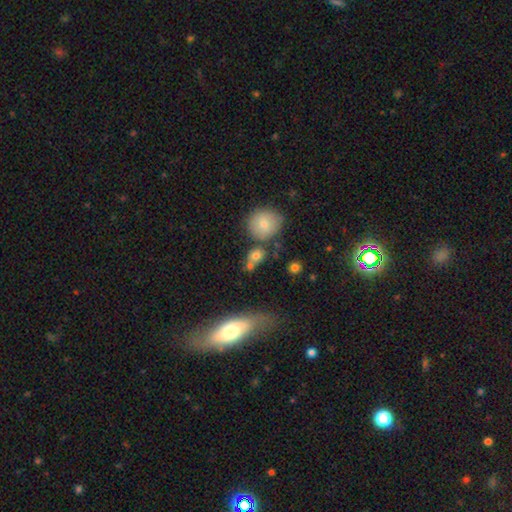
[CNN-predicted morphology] Smooth or featured?
  - smooth: 78% *
  - featured or disk: 11%
  - star or artifact: 11%
How rounded?
  - round: 52% *
  - in between: 45%
  - cigar-shaped: 3%
Merging?
  - none: 52% *
  - merger: 27%
  - minor disturbance: 14%
  - major disturbance: 7%